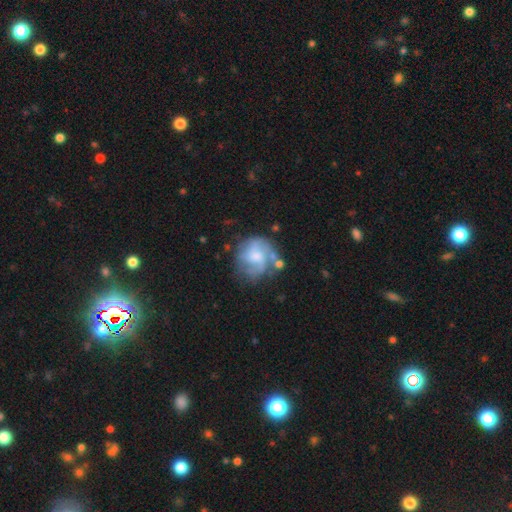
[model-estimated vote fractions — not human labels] Q: Smooth or featured?
A: featured or disk (63%); runner-up: smooth (29%)
Q: Edge-on disk?
A: no (98%); runner-up: yes (2%)
Q: Bar?
A: no (65%); runner-up: weak (30%)
Q: Spiral arms?
A: yes (74%); runner-up: no (26%)
Q: Bulge size?
A: moderate (42%); runner-up: small (27%)
Q: Merging?
A: none (50%); runner-up: minor disturbance (22%)